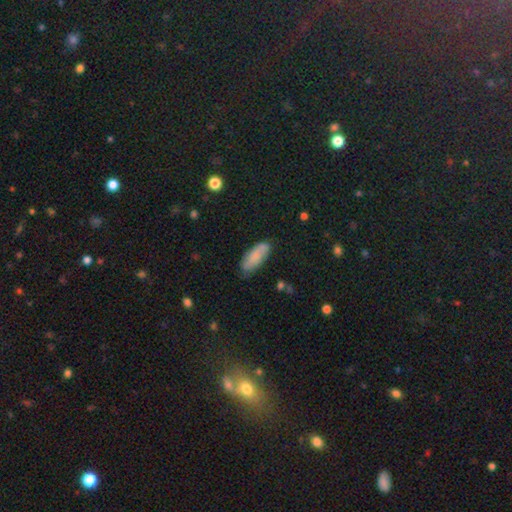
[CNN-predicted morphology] smooth-or-featured: smooth: 77% | featured or disk: 16% | star or artifact: 7%
  how-rounded: in between: 72% | cigar-shaped: 26% | round: 2%
  merging: none: 77% | minor disturbance: 18% | major disturbance: 3% | merger: 2%